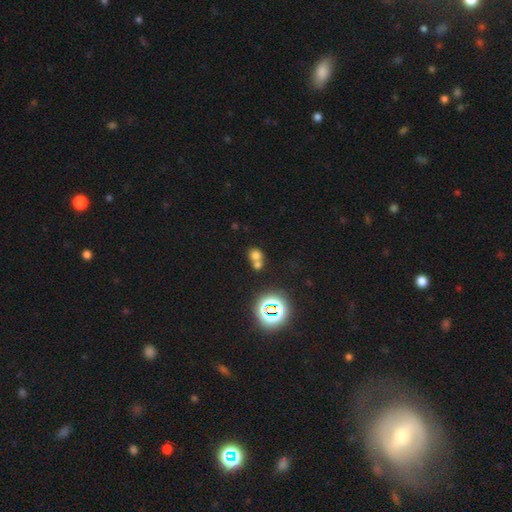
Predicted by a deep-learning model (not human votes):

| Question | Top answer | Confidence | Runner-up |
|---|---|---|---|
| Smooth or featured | smooth | 62% | star or artifact (23%) |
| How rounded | round | 72% | in between (27%) |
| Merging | merger | 58% | none (32%) |